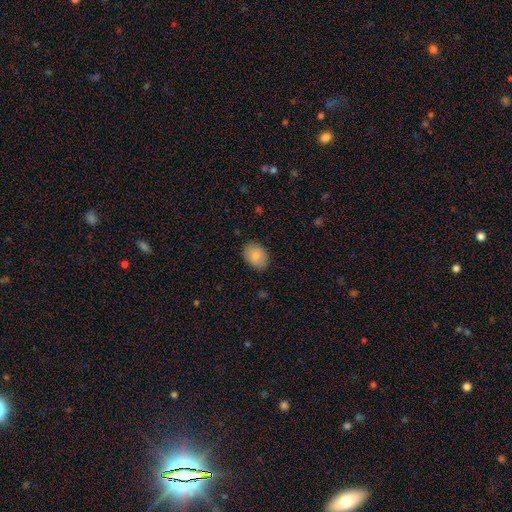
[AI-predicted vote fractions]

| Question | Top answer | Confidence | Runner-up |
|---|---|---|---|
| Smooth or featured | smooth | 86% | featured or disk (7%) |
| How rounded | in between | 76% | round (23%) |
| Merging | none | 86% | minor disturbance (11%) |